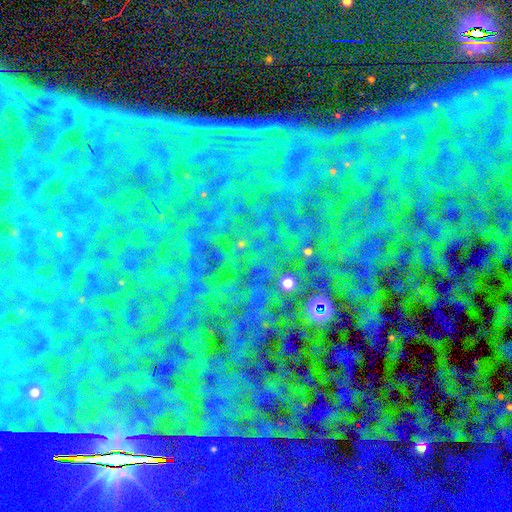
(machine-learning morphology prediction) Smooth or featured? Predicted: star or artifact (p=0.86).